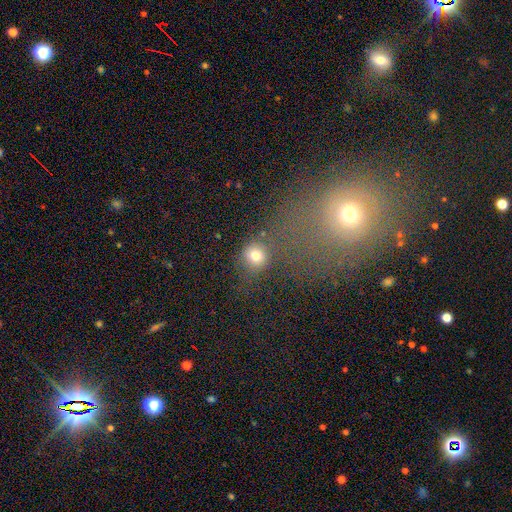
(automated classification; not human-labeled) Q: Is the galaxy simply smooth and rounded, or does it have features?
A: smooth — 75%.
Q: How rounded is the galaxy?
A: round — 80%.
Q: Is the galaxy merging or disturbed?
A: none — 67%.